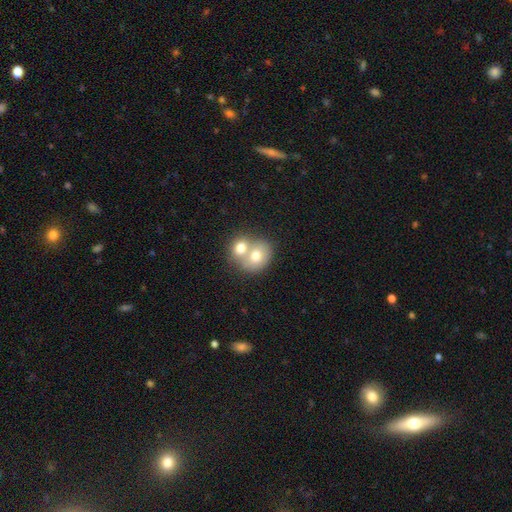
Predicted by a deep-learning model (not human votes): The model was most divided on "how rounded": round: 61%, in between: 39%, cigar-shaped: 1%. More confident: smooth or featured — smooth (70%); merging — merger (68%).